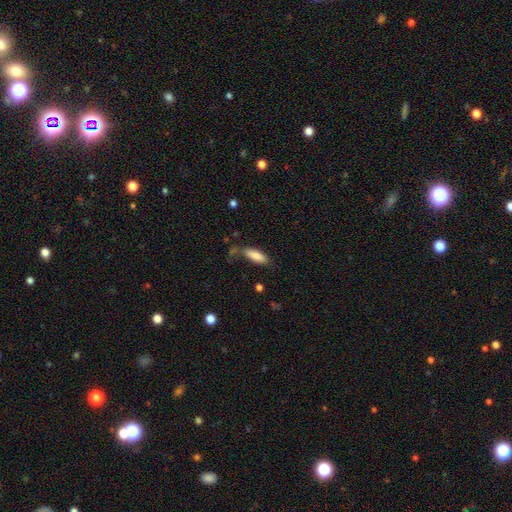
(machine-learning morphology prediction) Q: Smooth or featured?
A: smooth (84%); runner-up: featured or disk (10%)
Q: How rounded?
A: in between (66%); runner-up: cigar-shaped (32%)
Q: Merging?
A: none (64%); runner-up: minor disturbance (22%)